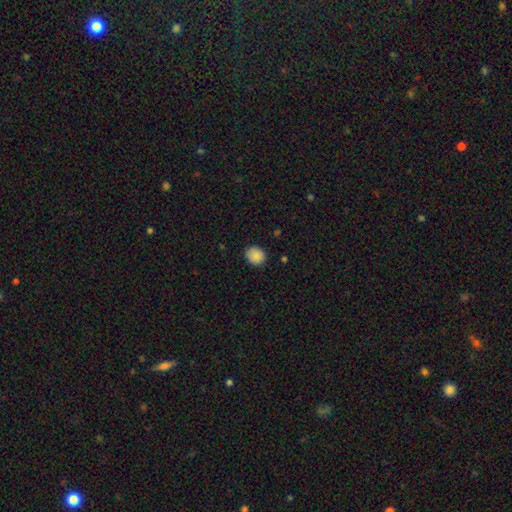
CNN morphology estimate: Overall: smooth (88%). How rounded: round (64%; in between 35%). Merging: none (84%).